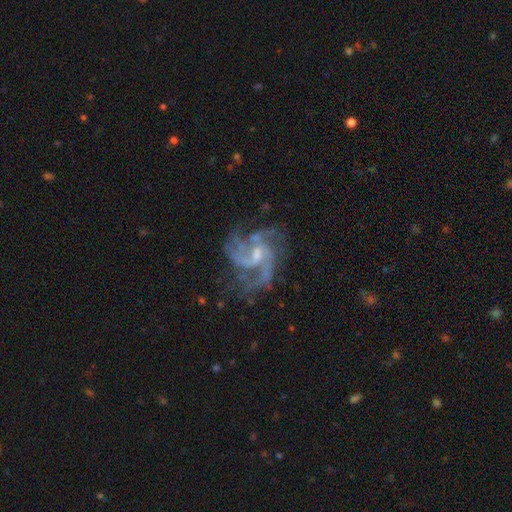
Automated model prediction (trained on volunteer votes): The model was most divided on "bar": weak: 50%, no: 39%, strong: 11%. Remaining: edge-on disk — no (98%); spiral arms — yes (96%); smooth or featured — featured or disk (87%); merging — none (60%); spiral winding — medium (52%); bulge size — small (50%); spiral arm count — 3 (39%).